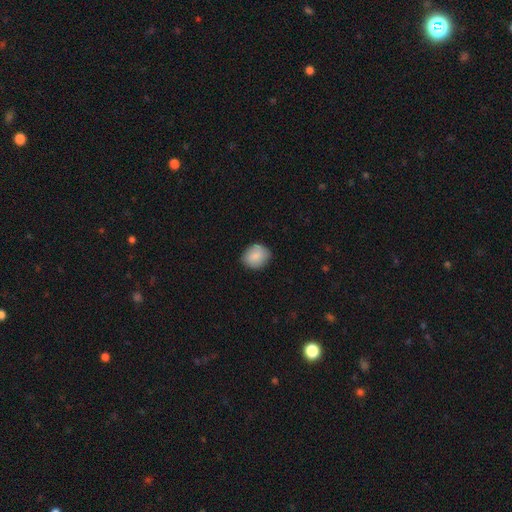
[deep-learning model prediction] smooth-or-featured: smooth: 86% | featured or disk: 7% | star or artifact: 7%
  how-rounded: round: 66% | in between: 33% | cigar-shaped: 1%
  merging: none: 80% | minor disturbance: 16% | major disturbance: 3% | merger: 1%